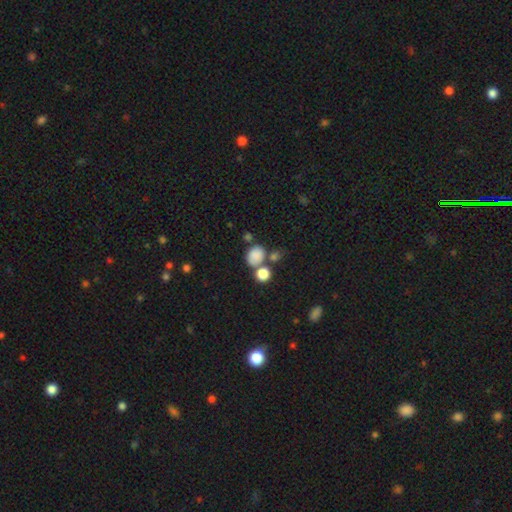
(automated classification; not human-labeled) A smooth galaxy with no disk features (80%) that is round (53%).

Vote fractions:
- Smooth or featured? smooth: 80% / star or artifact: 12% / featured or disk: 8%
- How rounded? round: 53% / in between: 46% / cigar-shaped: 1%
- Merging? none: 52% / merger: 29% / minor disturbance: 13% / major disturbance: 6%